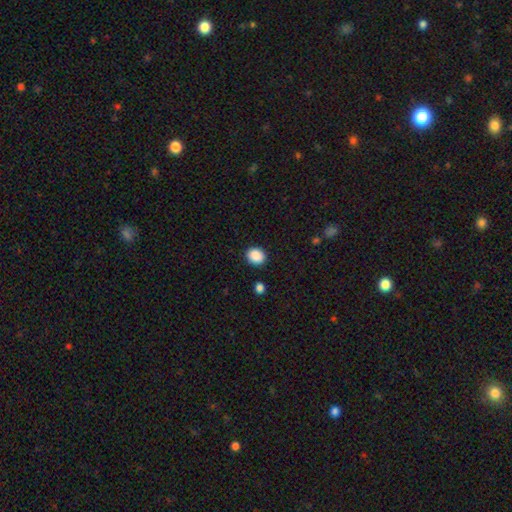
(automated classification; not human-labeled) smooth-or-featured: smooth: 89% | star or artifact: 8% | featured or disk: 3%
  how-rounded: round: 64% | in between: 35% | cigar-shaped: 1%
  merging: none: 89% | minor disturbance: 7% | major disturbance: 2% | merger: 2%